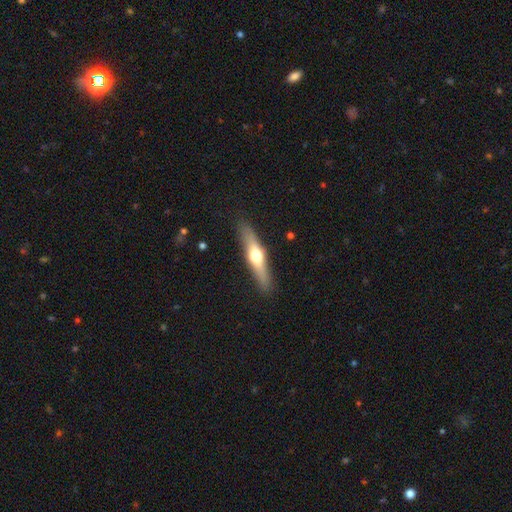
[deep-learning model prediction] The model was most divided on "smooth or featured": featured or disk: 53%, smooth: 42%, star or artifact: 5%. More confident: edge-on disk — yes (92%); merging — none (88%).